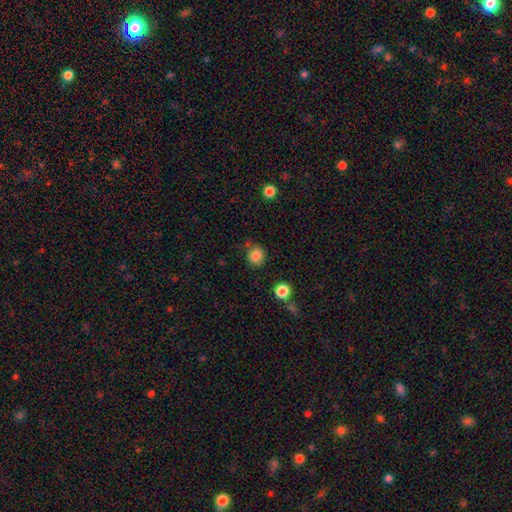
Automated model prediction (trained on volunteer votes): A smooth galaxy with no disk features (85%) that is round (88%).

Vote fractions:
- Smooth or featured? smooth: 85% / star or artifact: 11% / featured or disk: 4%
- How rounded? round: 88% / in between: 11% / cigar-shaped: 1%
- Merging? none: 80% / minor disturbance: 12% / merger: 5% / major disturbance: 3%